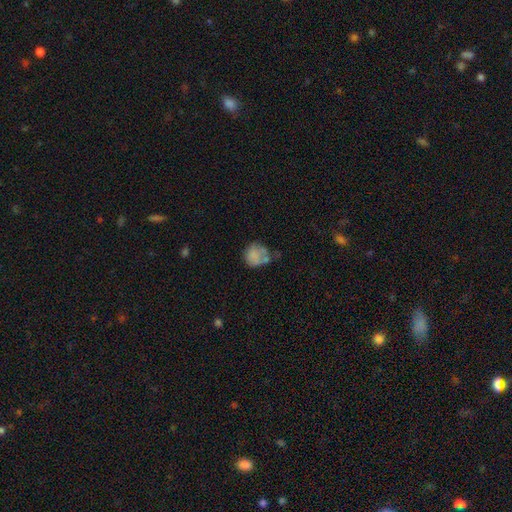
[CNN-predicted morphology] Q: Smooth or featured?
A: smooth (68%); runner-up: featured or disk (22%)
Q: How rounded?
A: round (71%); runner-up: in between (28%)
Q: Merging?
A: none (35%); runner-up: minor disturbance (26%)